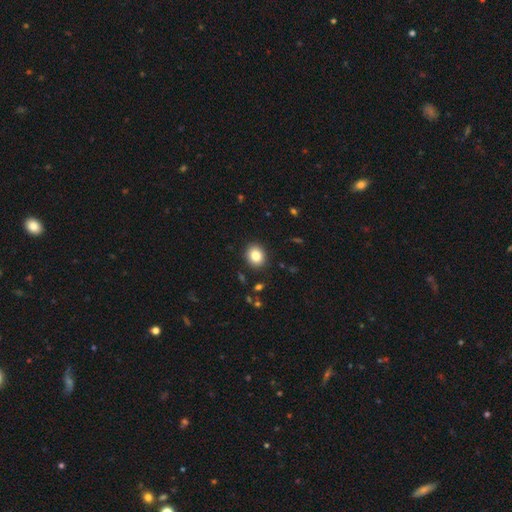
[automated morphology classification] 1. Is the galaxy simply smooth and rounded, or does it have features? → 85% smooth, 9% star or artifact, 6% featured or disk.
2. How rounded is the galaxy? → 61% round, 38% in between, 1% cigar-shaped.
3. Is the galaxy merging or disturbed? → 90% none, 7% minor disturbance, 2% major disturbance, 1% merger.